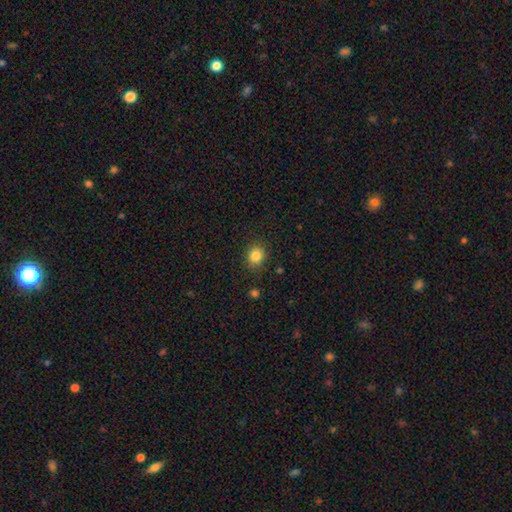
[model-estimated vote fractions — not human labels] This appears to be a smooth galaxy with no disk features (84%) that is round (68%). Merging: none (87%).